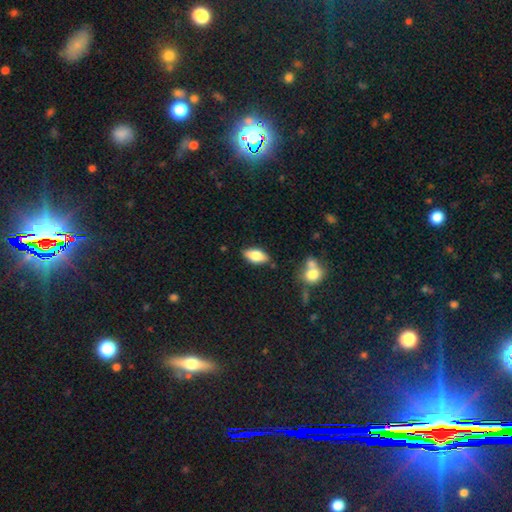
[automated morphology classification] This is likely a smooth galaxy (71%). How rounded: clearly in between (85%). Merging: clearly none (82%).